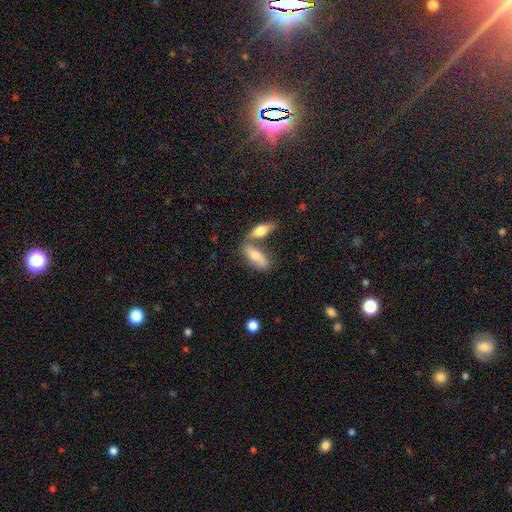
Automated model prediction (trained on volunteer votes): Smooth or featured? Predicted: smooth (p=0.66). How rounded? Predicted: in between (p=0.70). Merging? Predicted: none (p=0.42, tied with merger).